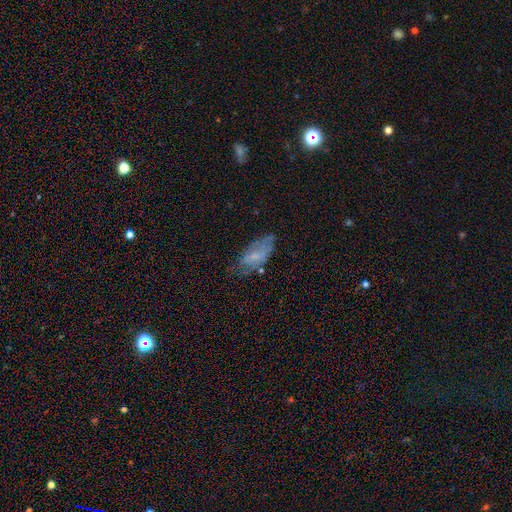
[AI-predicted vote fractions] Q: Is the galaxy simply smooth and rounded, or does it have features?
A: smooth — 53%.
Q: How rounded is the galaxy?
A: in between — 87%.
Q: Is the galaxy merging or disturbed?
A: none — 48%.